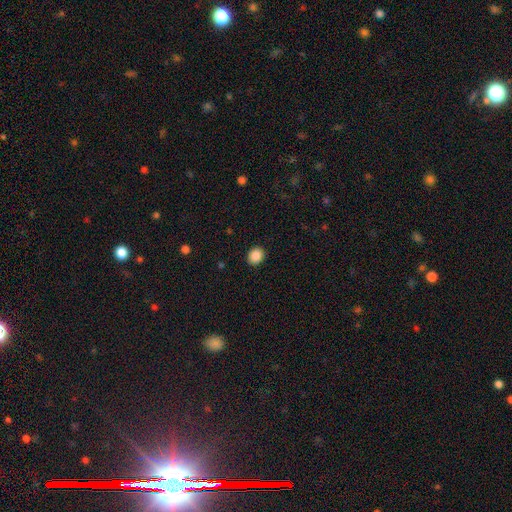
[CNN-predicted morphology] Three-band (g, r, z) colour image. It shows a smooth galaxy with no disk features (89%) that is round (56%). Merging: none (91%).